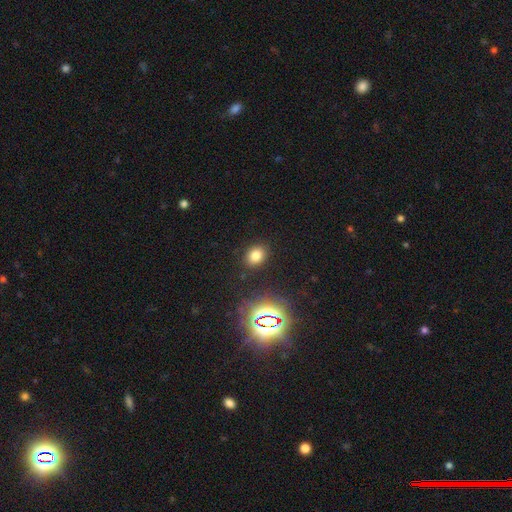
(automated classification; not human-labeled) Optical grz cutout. It shows a smooth galaxy with no disk features (74%) that is in between round and cigar-shaped (53%). Merging: none (87%).